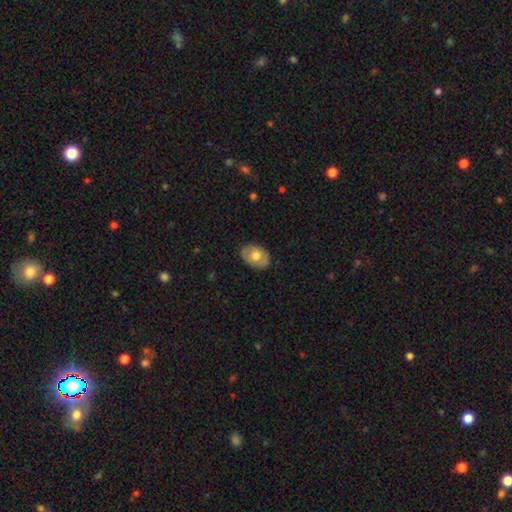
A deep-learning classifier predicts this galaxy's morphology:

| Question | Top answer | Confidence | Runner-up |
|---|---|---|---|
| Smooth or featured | smooth | 60% | featured or disk (33%) |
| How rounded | in between | 79% | round (20%) |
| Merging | none | 82% | minor disturbance (14%) |